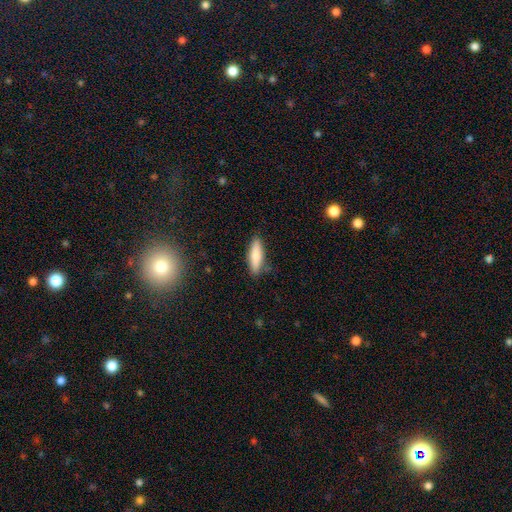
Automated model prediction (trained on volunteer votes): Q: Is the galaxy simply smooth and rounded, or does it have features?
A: smooth — 81%.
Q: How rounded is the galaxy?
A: cigar-shaped — 60%.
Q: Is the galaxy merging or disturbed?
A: none — 84%.